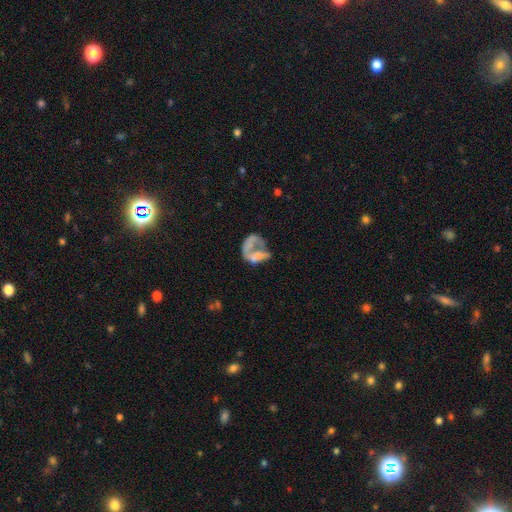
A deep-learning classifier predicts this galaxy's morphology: A featured or disk galaxy (51%). Merging: major disturbance (43%).